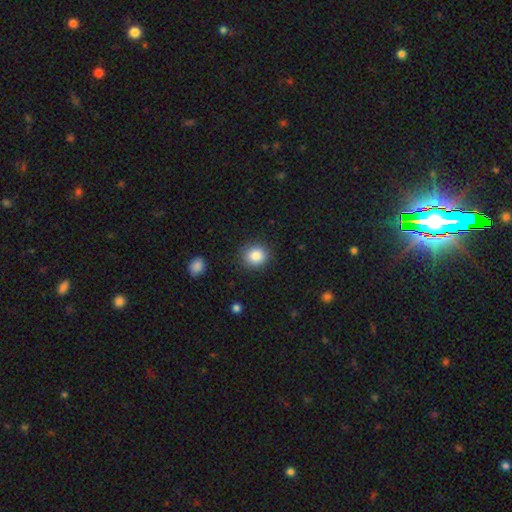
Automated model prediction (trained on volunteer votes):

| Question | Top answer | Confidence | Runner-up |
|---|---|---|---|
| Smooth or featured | smooth | 86% | star or artifact (9%) |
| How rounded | round | 85% | in between (14%) |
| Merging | none | 88% | minor disturbance (8%) |